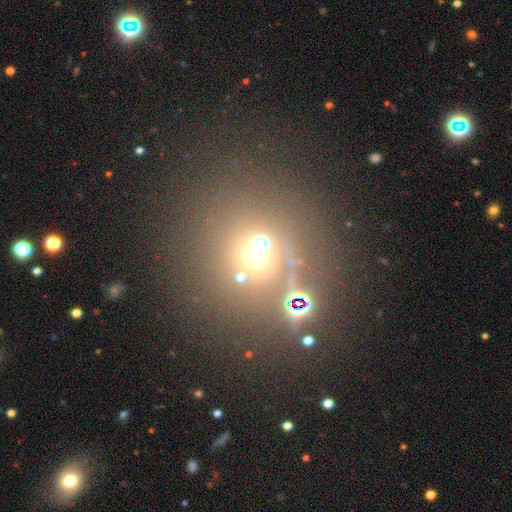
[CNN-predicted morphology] This is possibly a star or artifact rather than a galaxy (47%).